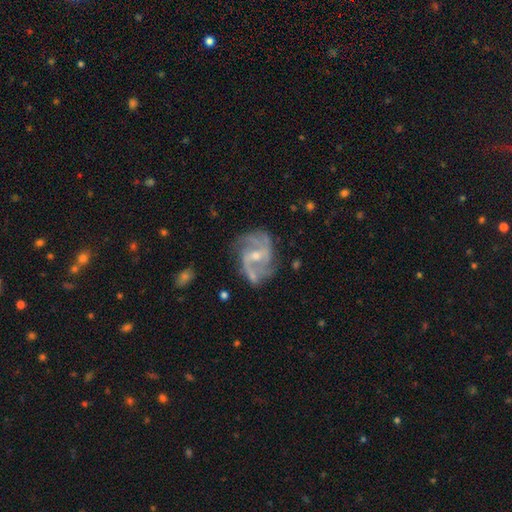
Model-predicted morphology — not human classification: A featured or disk galaxy (89%) with a weak bar (47%), 2 (66%) medium (53%) spiral arms (97%) and a small central bulge (52%). Merging: none (67%).